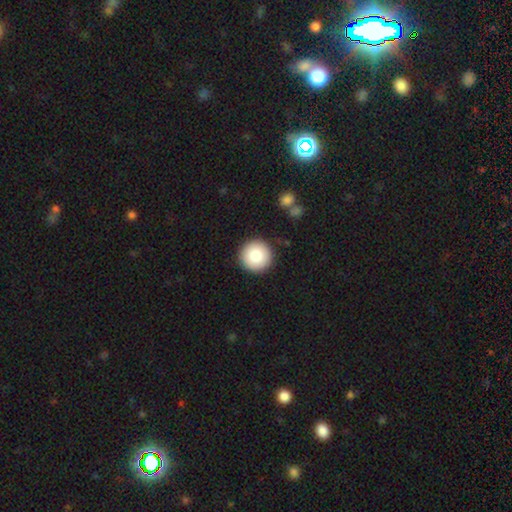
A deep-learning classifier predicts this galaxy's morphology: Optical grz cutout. It shows a smooth galaxy with no disk features (83%) that is round (97%). Merging: none (92%).